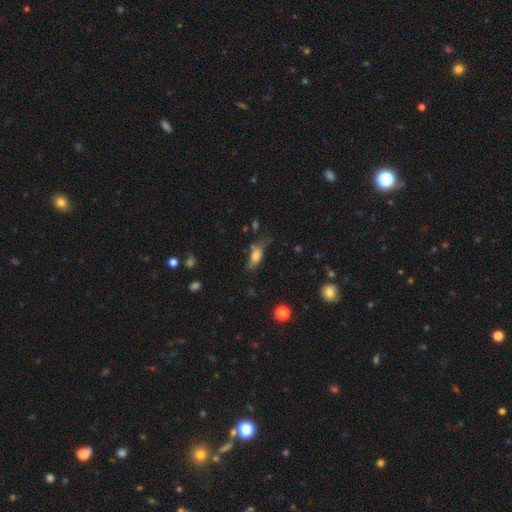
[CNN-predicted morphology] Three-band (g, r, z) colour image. It shows a smooth galaxy with no disk features (68%) that is in between round and cigar-shaped (72%). Merging: none (52%).